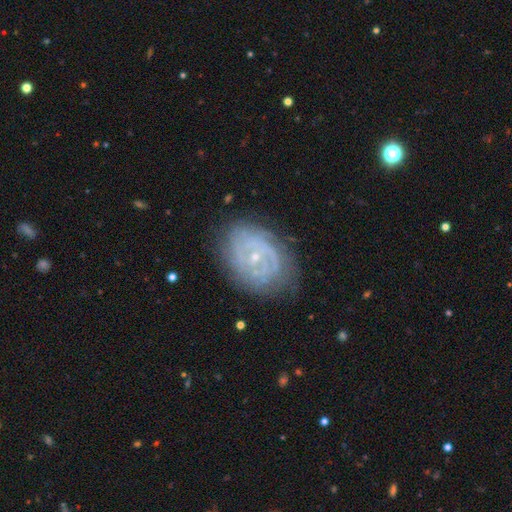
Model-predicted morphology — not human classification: This appears to be a featured or disk galaxy (83%) with no bar (69%), 2 (34%) tight (71%) spiral arms (92%) and a small central bulge (80%). Merging: none (76%).